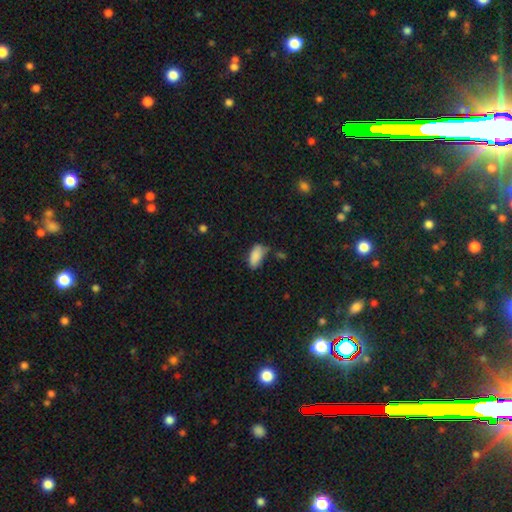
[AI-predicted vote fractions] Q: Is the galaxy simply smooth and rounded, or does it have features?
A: smooth — 86%.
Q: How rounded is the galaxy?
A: in between — 91%.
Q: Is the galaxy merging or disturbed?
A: none — 51%.